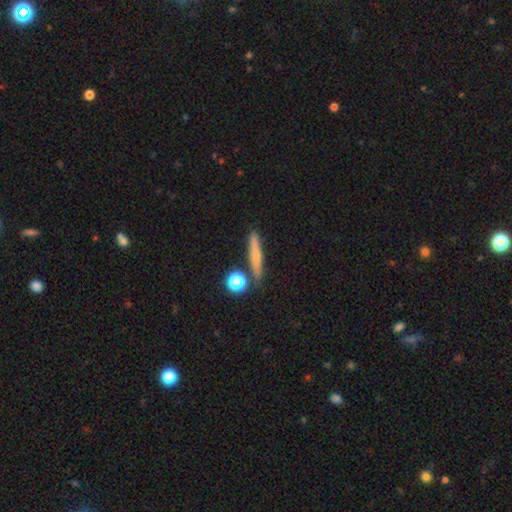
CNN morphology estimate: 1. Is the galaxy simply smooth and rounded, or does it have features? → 57% smooth, 32% featured or disk, 10% star or artifact.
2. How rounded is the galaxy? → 80% cigar-shaped, 10% round, 10% in between.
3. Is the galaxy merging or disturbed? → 81% none, 9% minor disturbance, 7% merger, 3% major disturbance.